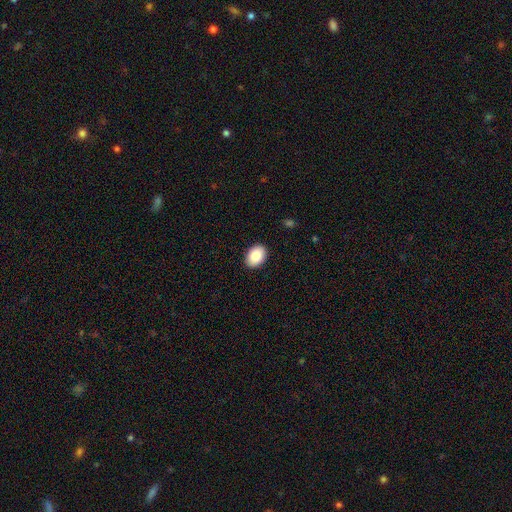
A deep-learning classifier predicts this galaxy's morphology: smooth-or-featured: smooth: 87% | star or artifact: 7% | featured or disk: 6%
  how-rounded: in between: 79% | round: 20% | cigar-shaped: 1%
  merging: none: 90% | minor disturbance: 7% | major disturbance: 2% | merger: 1%